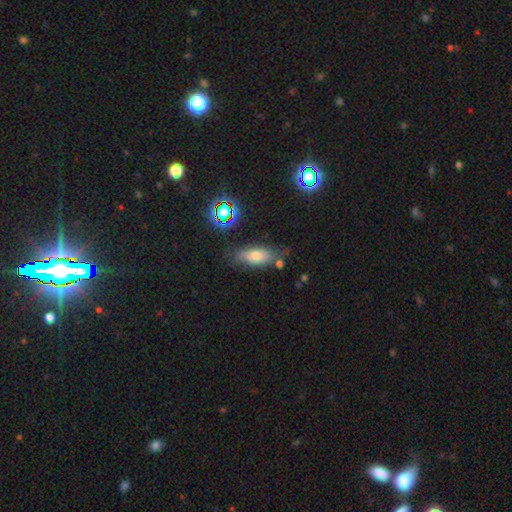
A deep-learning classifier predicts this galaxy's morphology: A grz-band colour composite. It shows a smooth galaxy with no disk features (63%) that is in between round and cigar-shaped (71%). Merging: none (66%).